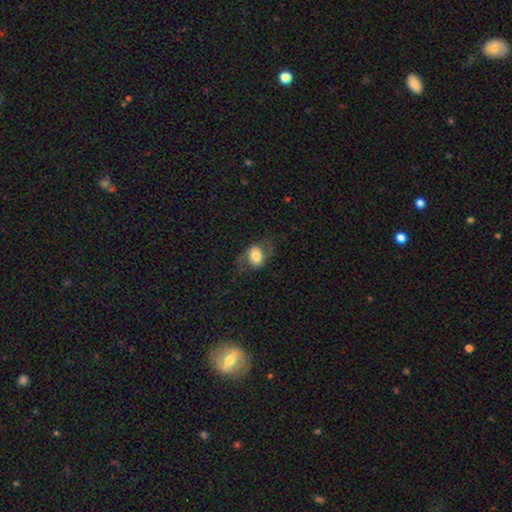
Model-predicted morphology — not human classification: The model was most divided on "how rounded": in between: 67%, round: 32%, cigar-shaped: 2%. More confident: smooth or featured — smooth (65%); merging — none (63%).